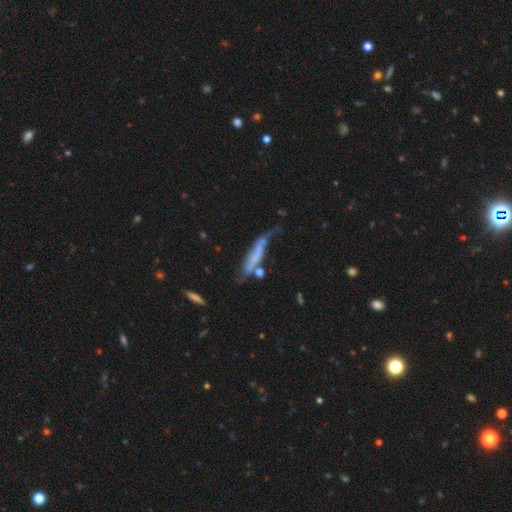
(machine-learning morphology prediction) type=featured or disk (48%); merging=none (30%).